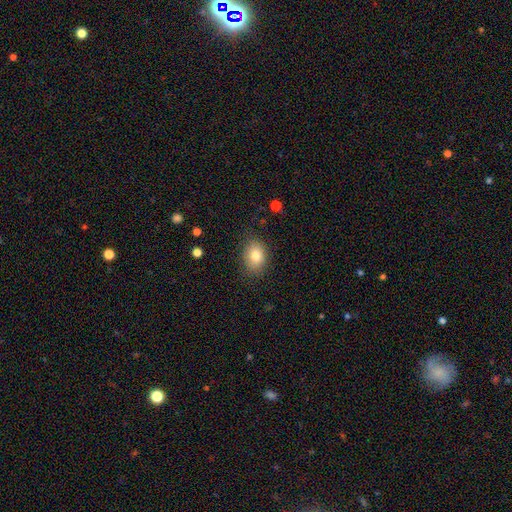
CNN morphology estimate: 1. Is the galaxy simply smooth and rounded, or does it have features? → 80% smooth, 10% featured or disk, 10% star or artifact.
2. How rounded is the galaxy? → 67% in between, 32% round, 1% cigar-shaped.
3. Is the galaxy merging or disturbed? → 84% none, 12% minor disturbance, 3% major disturbance, 1% merger.